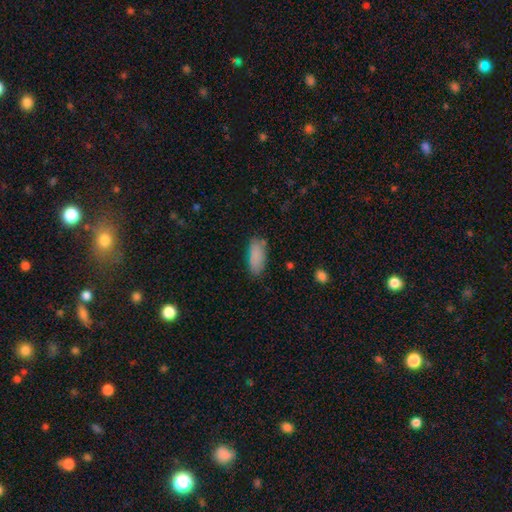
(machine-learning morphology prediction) Smooth or featured: smooth — 86% (star or artifact — 8%)
How rounded: in between — 84% (cigar-shaped — 14%)
Merging: none — 76% (minor disturbance — 17%)